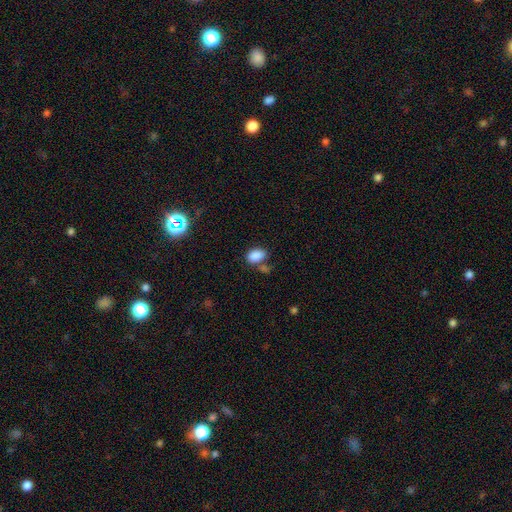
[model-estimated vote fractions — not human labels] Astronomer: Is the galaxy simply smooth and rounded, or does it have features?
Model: smooth — 86%.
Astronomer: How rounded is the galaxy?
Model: in between — 87%.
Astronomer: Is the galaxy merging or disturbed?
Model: none — 57%.